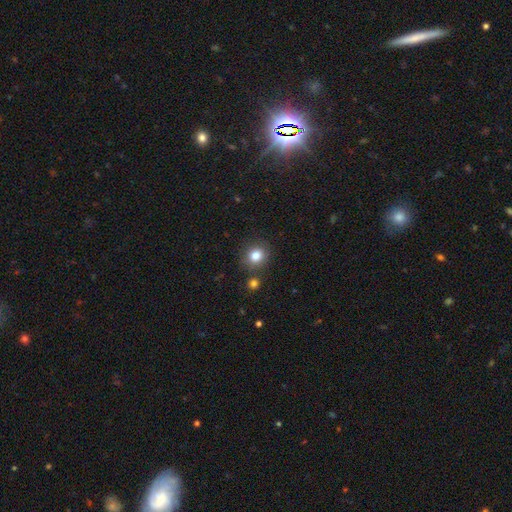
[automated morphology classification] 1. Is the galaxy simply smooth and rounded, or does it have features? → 81% smooth, 12% star or artifact, 7% featured or disk.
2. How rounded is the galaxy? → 85% round, 14% in between, 1% cigar-shaped.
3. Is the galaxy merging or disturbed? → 83% none, 8% minor disturbance, 6% merger, 3% major disturbance.